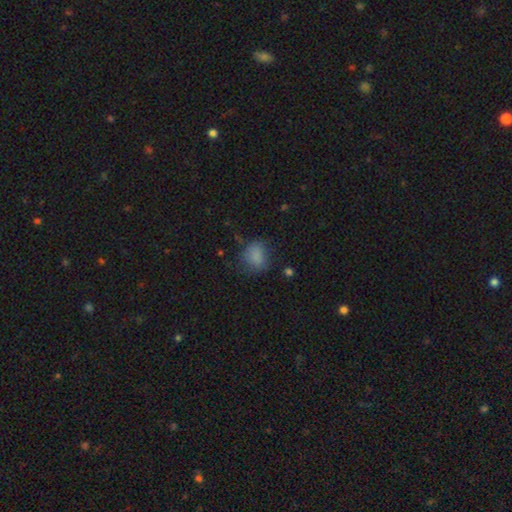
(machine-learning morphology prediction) smooth 79%, star or artifact 11%, featured or disk 9%. Down the decision tree: how rounded — round (56%); merging — none (57%).